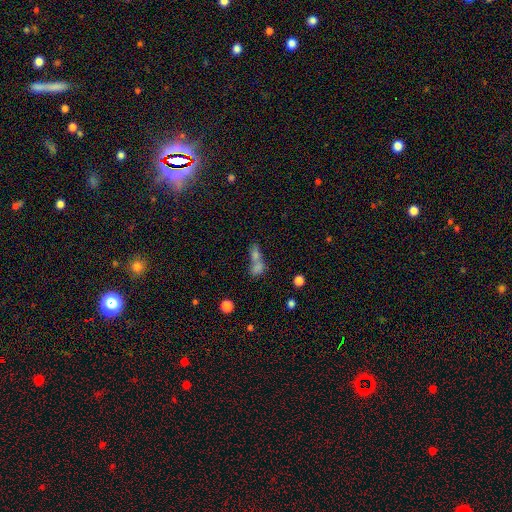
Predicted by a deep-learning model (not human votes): smooth-or-featured: smooth: 66% | star or artifact: 17% | featured or disk: 17%
  how-rounded: in between: 62% | round: 26% | cigar-shaped: 12%
  merging: merger: 63% | none: 24% | minor disturbance: 7% | major disturbance: 6%